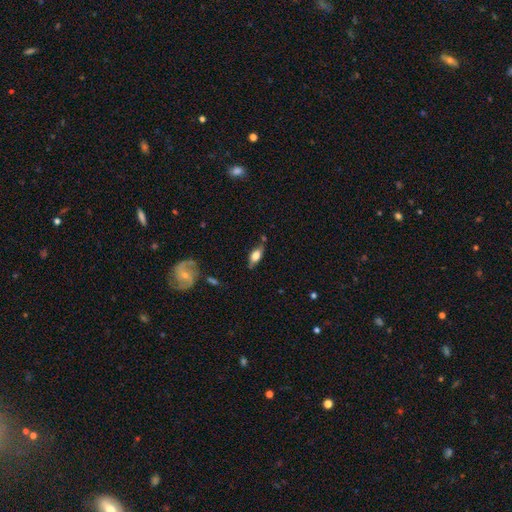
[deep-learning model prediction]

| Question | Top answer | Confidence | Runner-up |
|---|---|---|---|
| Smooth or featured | smooth | 63% | featured or disk (30%) |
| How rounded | in between | 79% | cigar-shaped (17%) |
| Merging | none | 71% | minor disturbance (20%) |